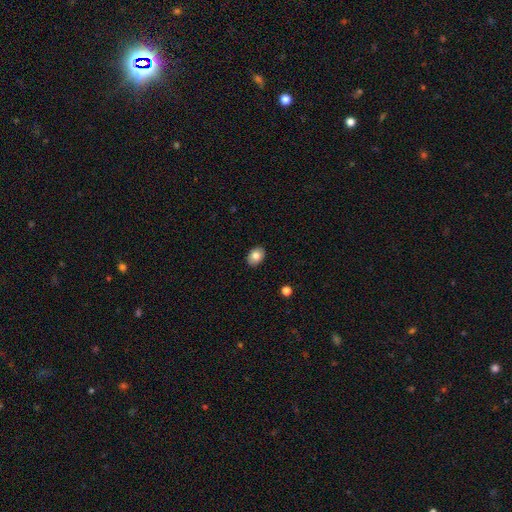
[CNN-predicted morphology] A smooth galaxy with no disk features (82%) that is in between round and cigar-shaped (76%). Merging: none (89%).